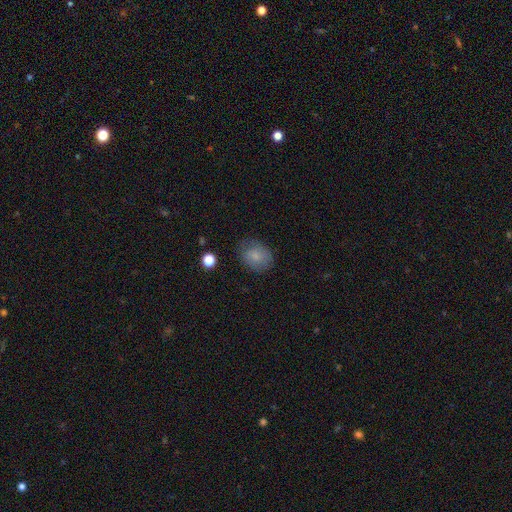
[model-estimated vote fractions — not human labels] This appears to be a smooth galaxy with no disk features (80%) that is round (53%). Merging: none (73%).